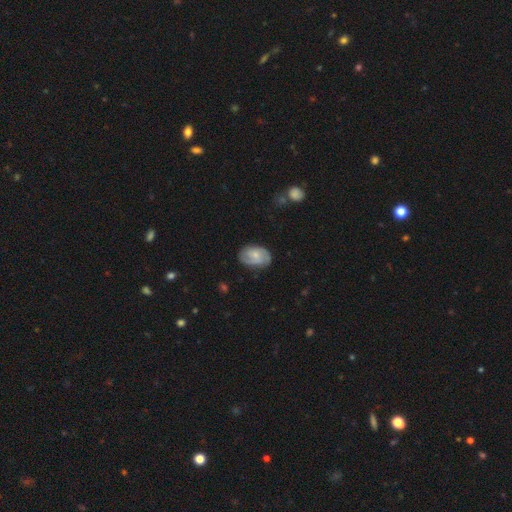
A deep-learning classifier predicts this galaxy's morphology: Overall: featured or disk (59%; smooth 35%). Edge-on disk: no (97%). Bar: no (57%; weak 37%). Spiral arms: yes (88%). Spiral arm count: 2 (65%). Spiral winding: medium (43%; tight 41%). Bulge size: small (55%; moderate 32%). Merging: none (74%).